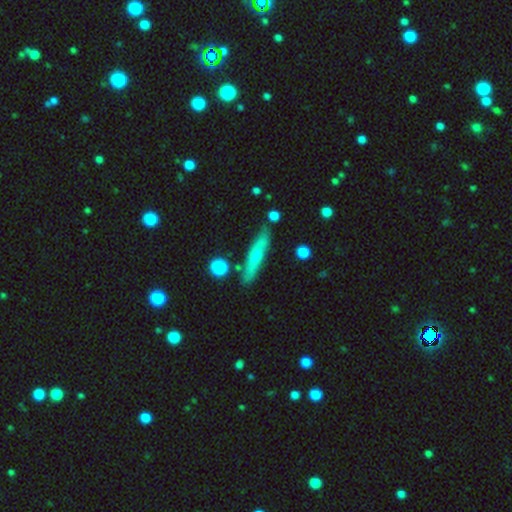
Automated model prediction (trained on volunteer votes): This is possibly a smooth galaxy (53%). How rounded: clearly cigar-shaped (86%). Merging: clearly none (80%).